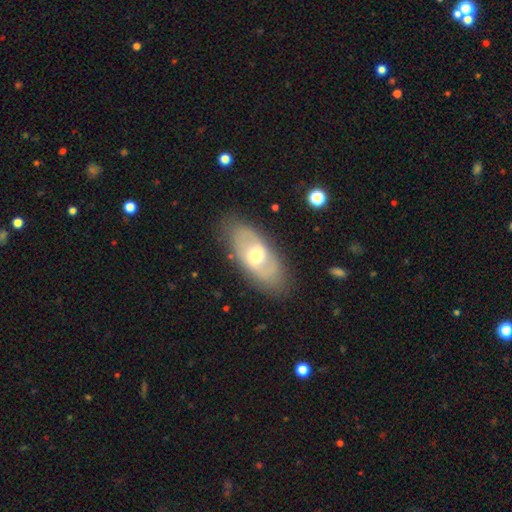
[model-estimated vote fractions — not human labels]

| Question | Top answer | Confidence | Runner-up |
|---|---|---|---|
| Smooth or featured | featured or disk | 60% | smooth (33%) |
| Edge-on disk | no | 88% | yes (12%) |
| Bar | no | 44% | weak (42%) |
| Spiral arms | yes | 61% | no (39%) |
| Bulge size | moderate | 63% | small (28%) |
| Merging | none | 81% | minor disturbance (13%) |